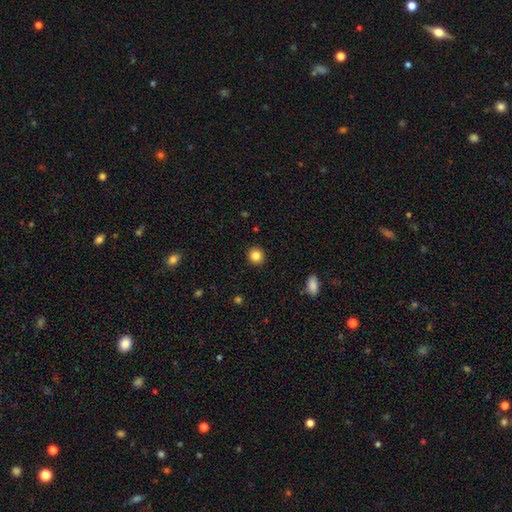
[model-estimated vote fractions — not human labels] This appears to be a smooth galaxy with no disk features (84%) that is round (89%). Merging: none (92%).